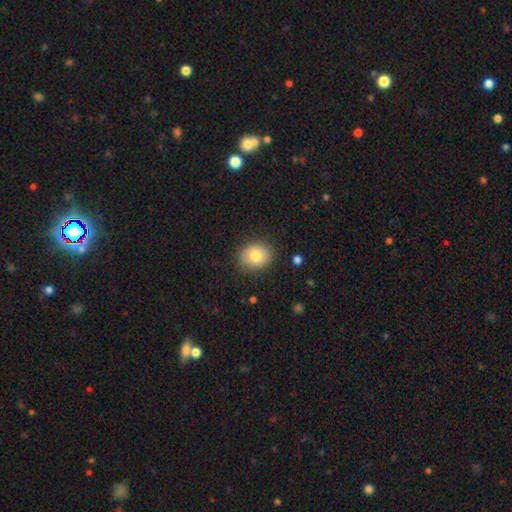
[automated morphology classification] smooth_or_featured: smooth (p=0.80) [alt: featured or disk p=0.11]
how_rounded: round (p=0.64) [alt: in between p=0.35]
merging: none (p=0.86) [alt: minor disturbance p=0.10]